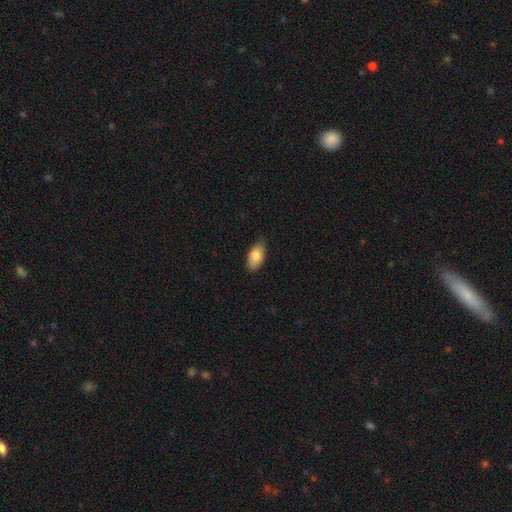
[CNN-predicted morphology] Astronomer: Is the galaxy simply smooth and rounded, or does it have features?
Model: smooth — 83%.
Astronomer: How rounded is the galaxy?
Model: in between — 92%.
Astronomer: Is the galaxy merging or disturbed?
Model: none — 73%.